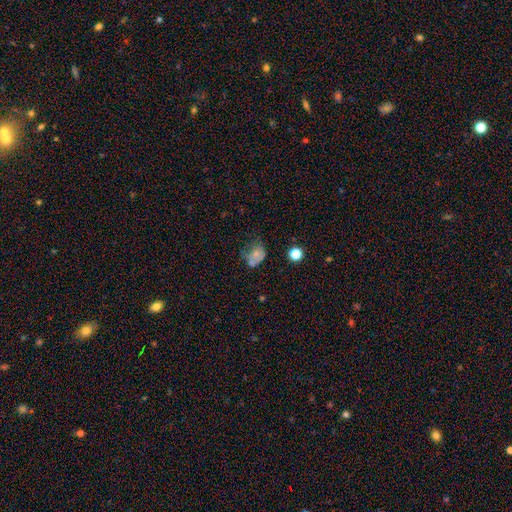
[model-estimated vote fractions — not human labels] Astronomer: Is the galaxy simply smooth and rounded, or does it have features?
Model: smooth — 61%.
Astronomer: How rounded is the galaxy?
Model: in between — 63%.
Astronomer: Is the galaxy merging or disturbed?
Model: major disturbance — 30% (runner-up: none, 28%).